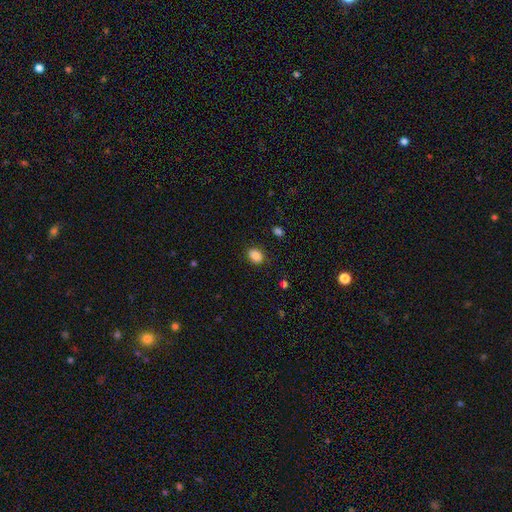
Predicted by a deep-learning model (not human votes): This appears to be a smooth galaxy with no disk features (87%) that is in between round and cigar-shaped (66%). Merging: none (84%).